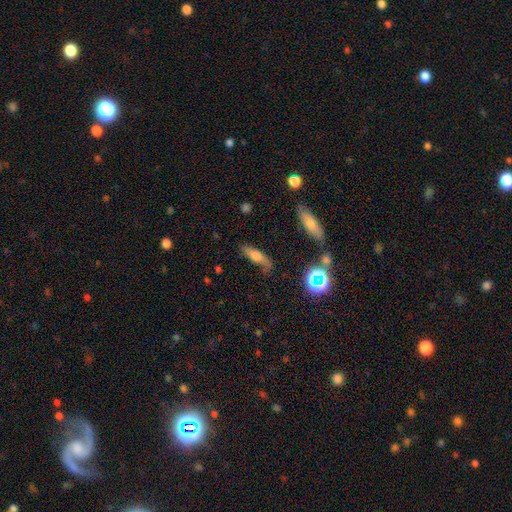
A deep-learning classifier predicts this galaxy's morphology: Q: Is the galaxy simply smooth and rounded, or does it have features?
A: smooth — 53%.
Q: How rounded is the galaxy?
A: cigar-shaped — 49%.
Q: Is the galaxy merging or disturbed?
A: none — 62%.